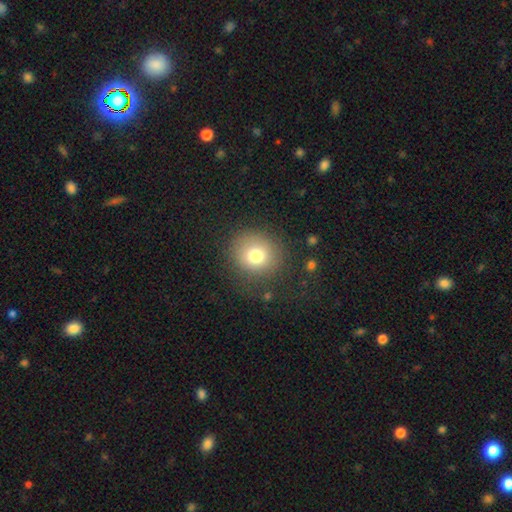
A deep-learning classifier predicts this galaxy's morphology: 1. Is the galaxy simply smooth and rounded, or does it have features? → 76% smooth, 13% star or artifact, 11% featured or disk.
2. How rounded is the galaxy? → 84% round, 15% in between, 1% cigar-shaped.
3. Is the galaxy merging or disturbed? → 81% none, 11% minor disturbance, 6% major disturbance, 2% merger.